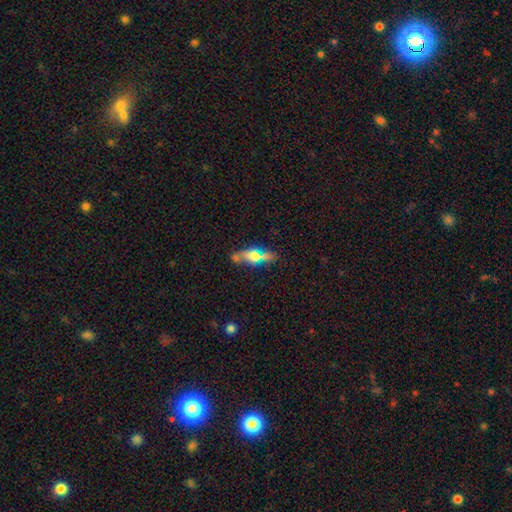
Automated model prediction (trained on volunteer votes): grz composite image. It shows a smooth galaxy with no disk features (48%). Merging: none (63%).